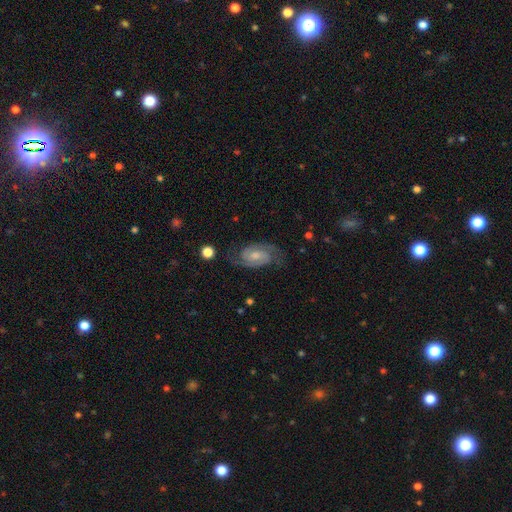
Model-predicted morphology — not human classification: A featured or disk galaxy (85%) with a weak bar (45%, tied with no), 2 (91%) medium (49%) spiral arms (97%) and a moderate central bulge (46%). Merging: none (77%).